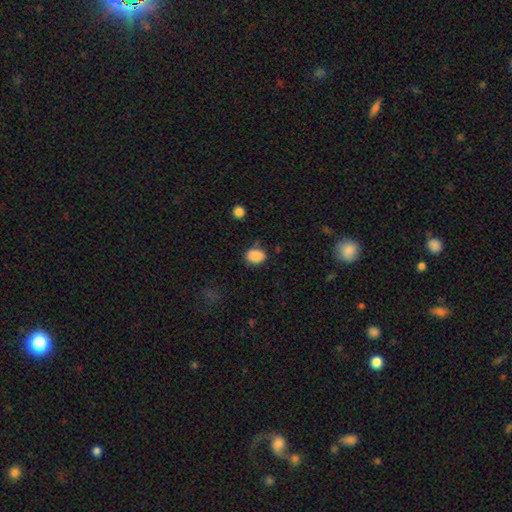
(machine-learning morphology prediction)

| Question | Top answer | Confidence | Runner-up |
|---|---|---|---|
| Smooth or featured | smooth | 87% | star or artifact (9%) |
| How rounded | in between | 65% | round (35%) |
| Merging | none | 74% | minor disturbance (17%) |